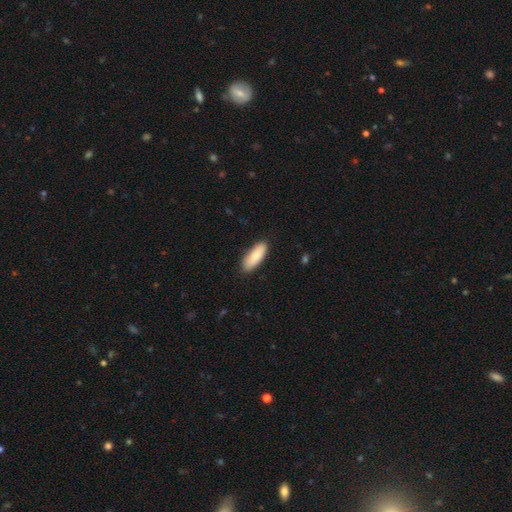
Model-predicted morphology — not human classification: Smooth or featured? Predicted: smooth (p=0.84). How rounded? Predicted: in between (p=0.68). Merging? Predicted: none (p=0.87).